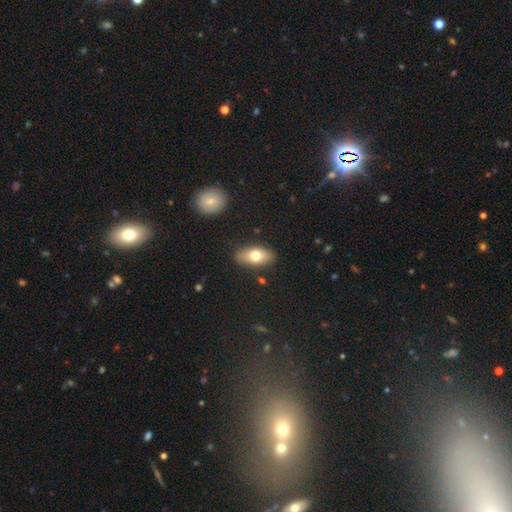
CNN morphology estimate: smooth-or-featured: smooth: 72% | featured or disk: 22% | star or artifact: 7%
  how-rounded: in between: 88% | cigar-shaped: 7% | round: 4%
  merging: none: 86% | minor disturbance: 10% | major disturbance: 2% | merger: 2%